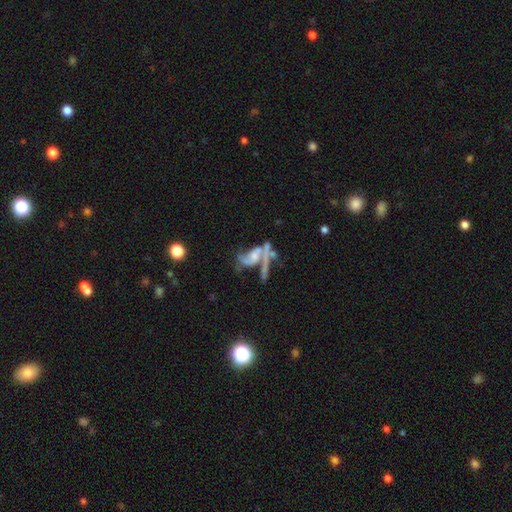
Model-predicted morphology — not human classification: A featured or disk galaxy (67%) with no bar (65%), spiral arms (73%) and a small central bulge (34%). Merging: merger (43%).